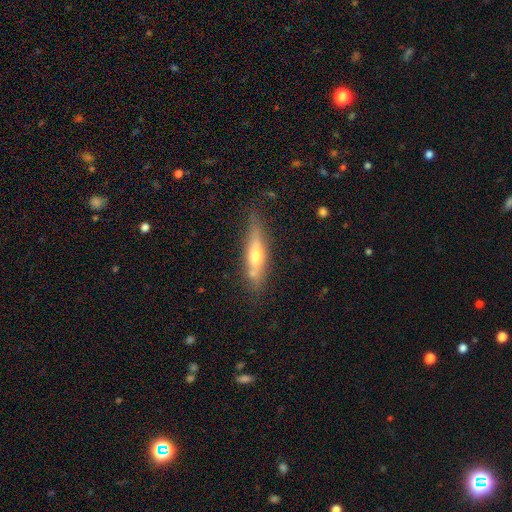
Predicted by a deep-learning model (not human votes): featured or disk 53%, smooth 41%, star or artifact 7%. Down the decision tree: edge-on disk — yes (87%); merging — none (75%).